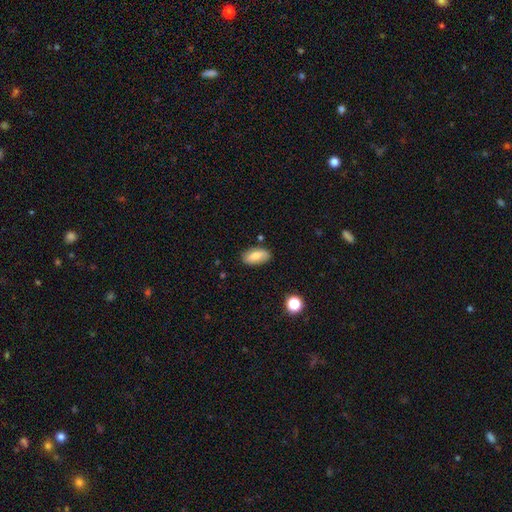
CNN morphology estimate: Smooth or featured: smooth — 74% (featured or disk — 18%)
How rounded: in between — 91% (cigar-shaped — 5%)
Merging: none — 83% (minor disturbance — 13%)